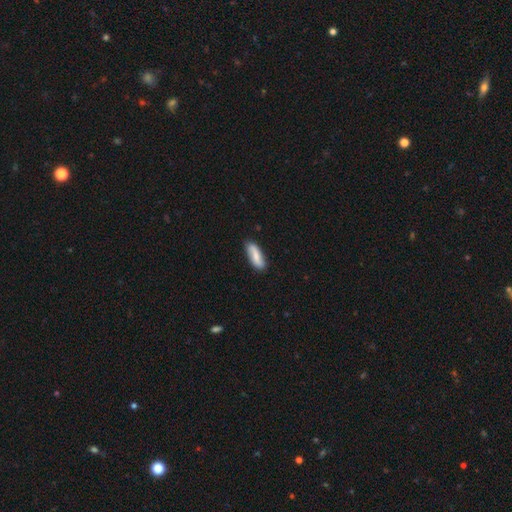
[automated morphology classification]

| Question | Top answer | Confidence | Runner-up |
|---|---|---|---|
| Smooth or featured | smooth | 65% | featured or disk (29%) |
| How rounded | in between | 65% | cigar-shaped (33%) |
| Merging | none | 82% | minor disturbance (14%) |